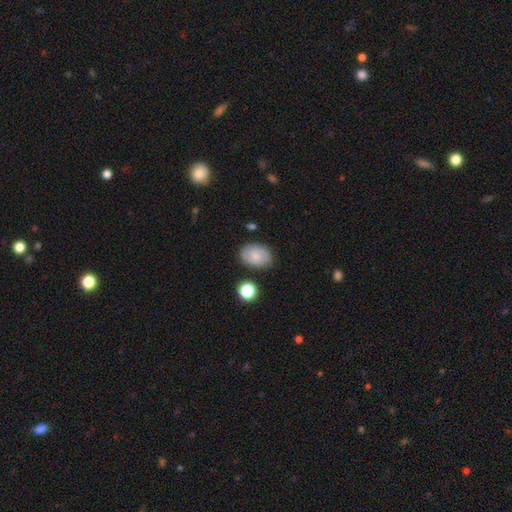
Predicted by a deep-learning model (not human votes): smooth-or-featured: smooth: 60% | featured or disk: 31% | star or artifact: 9%
  how-rounded: in between: 77% | round: 22% | cigar-shaped: 1%
  merging: none: 80% | minor disturbance: 13% | major disturbance: 3% | merger: 3%